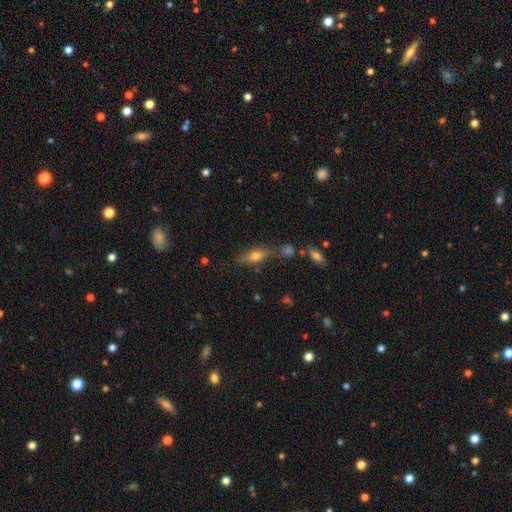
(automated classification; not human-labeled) This is possibly a smooth galaxy (55%). How rounded: possibly in between (54%). Merging: likely none (69%).